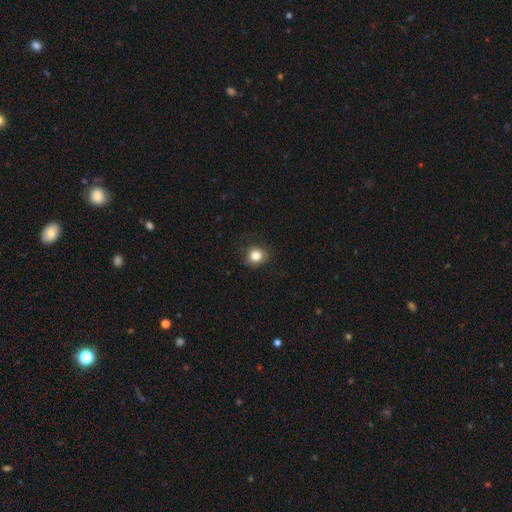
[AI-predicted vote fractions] Smooth or featured: smooth — 83% (star or artifact — 11%)
How rounded: round — 81% (in between — 18%)
Merging: none — 83% (minor disturbance — 12%)